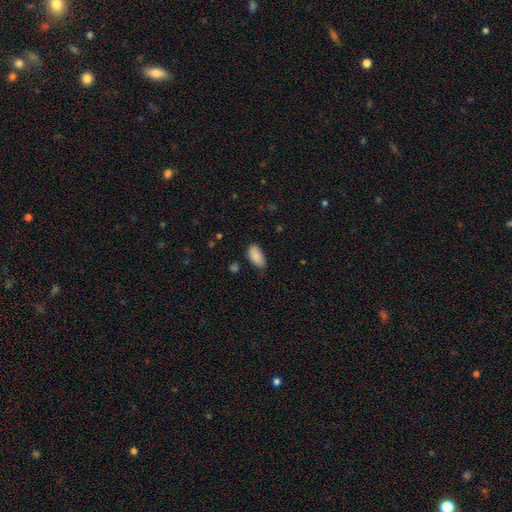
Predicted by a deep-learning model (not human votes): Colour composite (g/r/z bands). It shows a smooth galaxy with no disk features (88%) that is in between round and cigar-shaped (93%). Merging: none (63%).